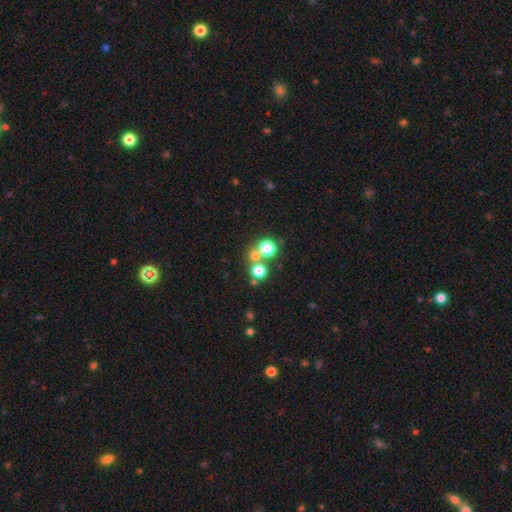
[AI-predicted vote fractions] A smooth galaxy with no disk features (66%) that is round (88%). Merging: none (54%).